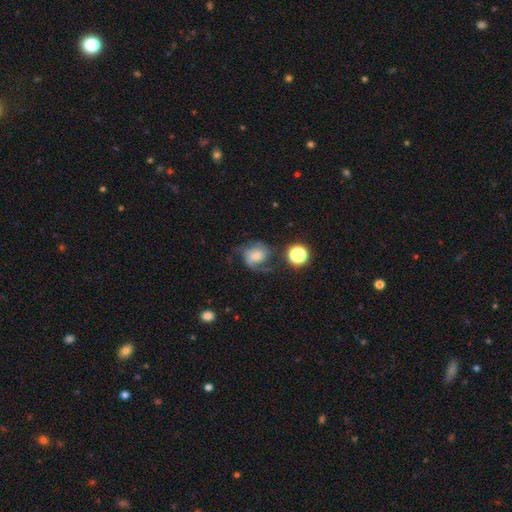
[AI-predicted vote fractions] This appears to be a featured or disk galaxy (73%) with no bar (67%), 2 (63%) medium (49%) spiral arms (94%) and a moderate central bulge (33%). Merging: none (54%).